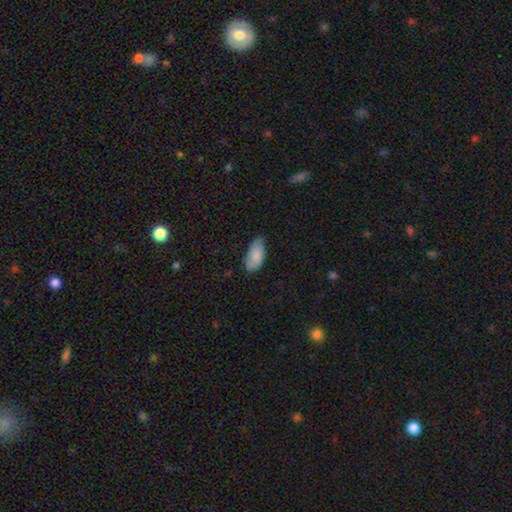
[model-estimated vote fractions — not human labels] Morphology: type=smooth (81%); roundness=in between (93%); merging=none (62%).